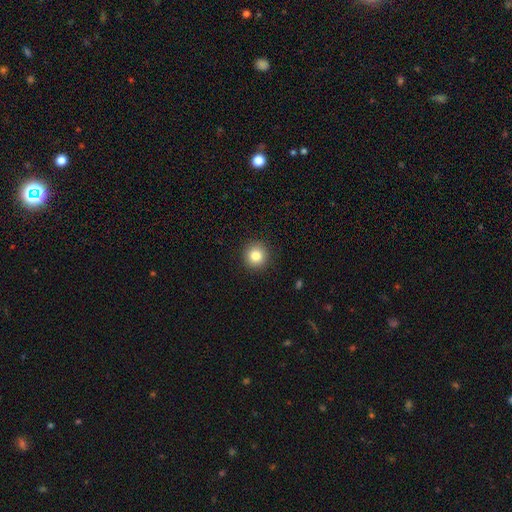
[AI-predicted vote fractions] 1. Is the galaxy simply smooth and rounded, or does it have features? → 83% smooth, 10% star or artifact, 7% featured or disk.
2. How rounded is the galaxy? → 94% round, 5% in between, 1% cigar-shaped.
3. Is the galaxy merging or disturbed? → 92% none, 5% minor disturbance, 2% major disturbance, 1% merger.